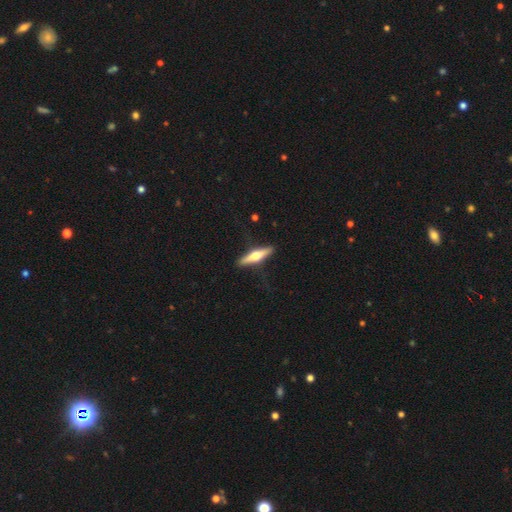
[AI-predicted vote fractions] smooth_or_featured: featured or disk (p=0.62) [alt: smooth p=0.33]
disk_edge_on: yes (p=0.96) [alt: no p=0.04]
edge_on_bulge: rounded (p=0.95) [alt: boxy p=0.03]
merging: none (p=0.86) [alt: minor disturbance p=0.10]